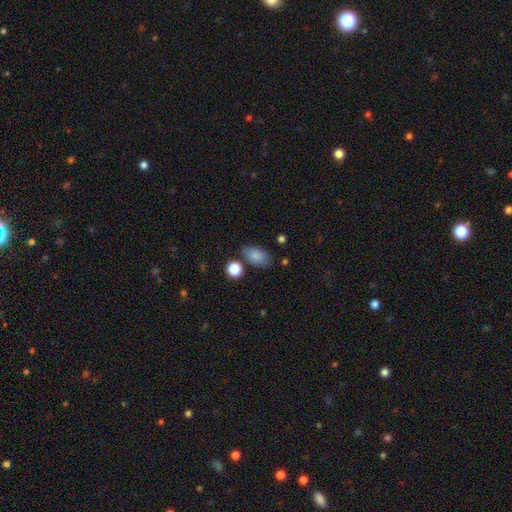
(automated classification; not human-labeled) Smooth or featured? Predicted: smooth (p=0.85). How rounded? Predicted: in between (p=0.89). Merging? Predicted: none (p=0.71).